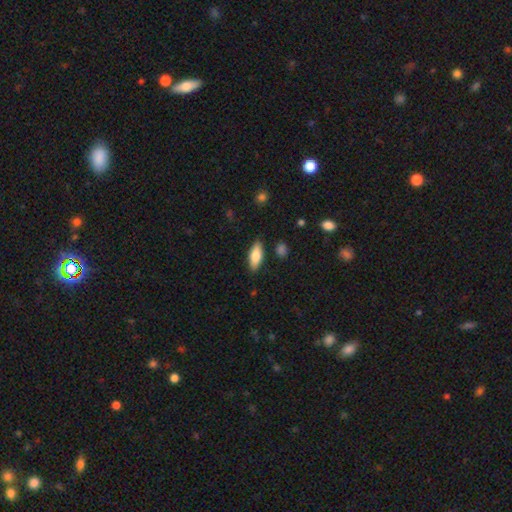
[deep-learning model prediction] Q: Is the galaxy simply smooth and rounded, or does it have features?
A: smooth — 76%.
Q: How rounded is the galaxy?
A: in between — 72%.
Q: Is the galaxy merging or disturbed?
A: none — 86%.